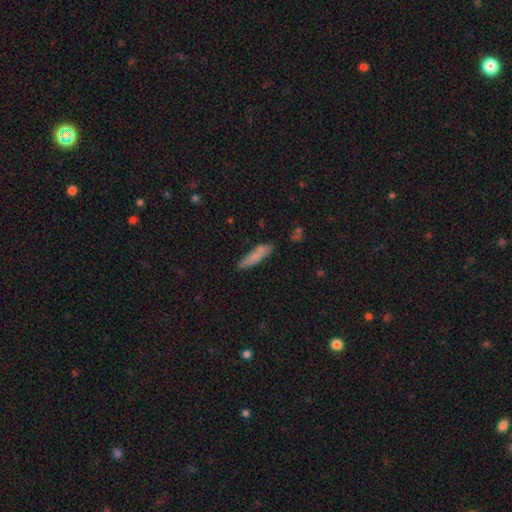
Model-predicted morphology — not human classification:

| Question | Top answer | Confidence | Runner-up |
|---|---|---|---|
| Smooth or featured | smooth | 78% | featured or disk (15%) |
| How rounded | cigar-shaped | 79% | in between (19%) |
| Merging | none | 80% | minor disturbance (14%) |